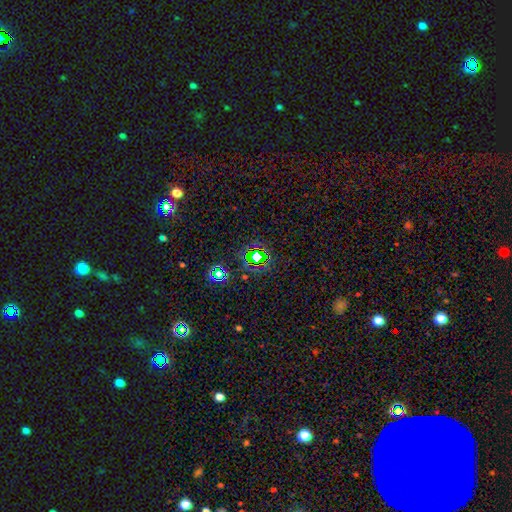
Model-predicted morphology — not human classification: Q: Smooth or featured?
A: star or artifact (71%); runner-up: smooth (18%)